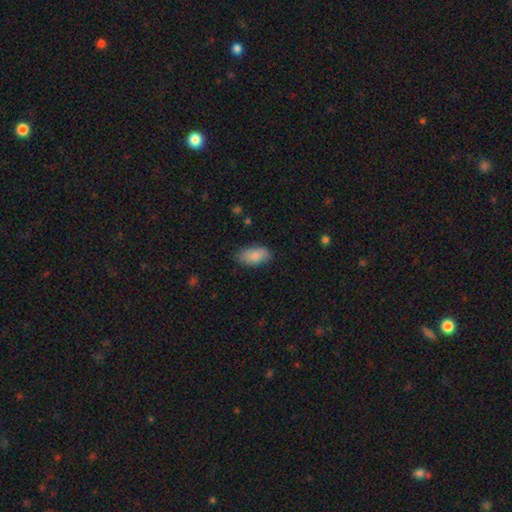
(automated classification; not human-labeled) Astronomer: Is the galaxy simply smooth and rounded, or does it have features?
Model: smooth — 87%.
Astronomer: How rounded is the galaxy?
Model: in between — 93%.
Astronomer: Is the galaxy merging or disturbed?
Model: none — 78%.